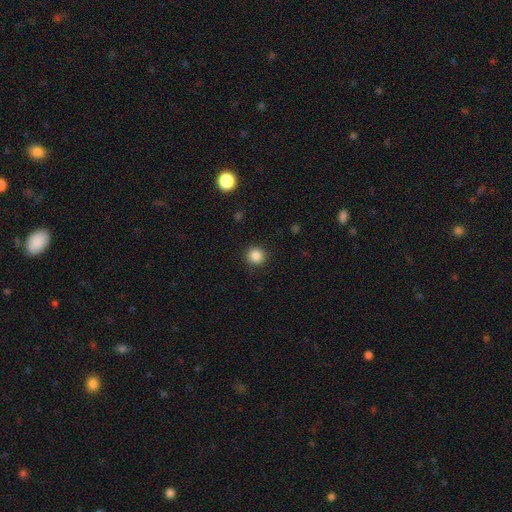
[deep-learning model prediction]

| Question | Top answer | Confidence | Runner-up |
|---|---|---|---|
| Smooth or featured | smooth | 86% | star or artifact (10%) |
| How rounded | round | 93% | in between (6%) |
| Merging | none | 91% | minor disturbance (6%) |